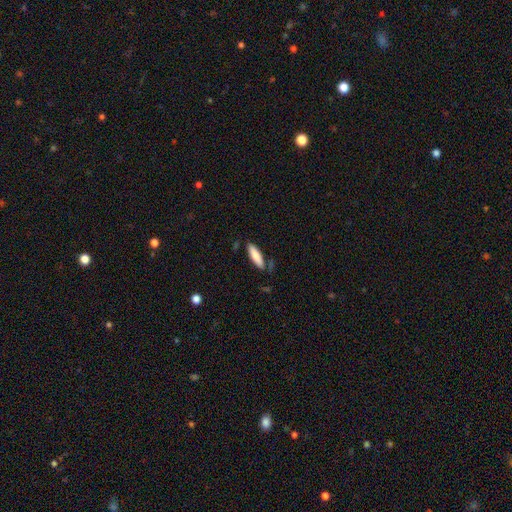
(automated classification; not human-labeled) Smooth or featured: smooth — 83% (featured or disk — 12%)
How rounded: cigar-shaped — 58% (in between — 40%)
Merging: none — 76% (minor disturbance — 17%)